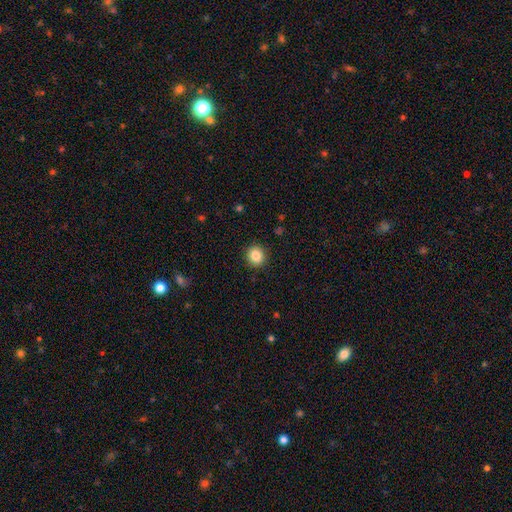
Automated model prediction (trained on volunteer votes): Q: Smooth or featured?
A: smooth (86%); runner-up: star or artifact (9%)
Q: How rounded?
A: round (78%); runner-up: in between (21%)
Q: Merging?
A: none (91%); runner-up: minor disturbance (6%)